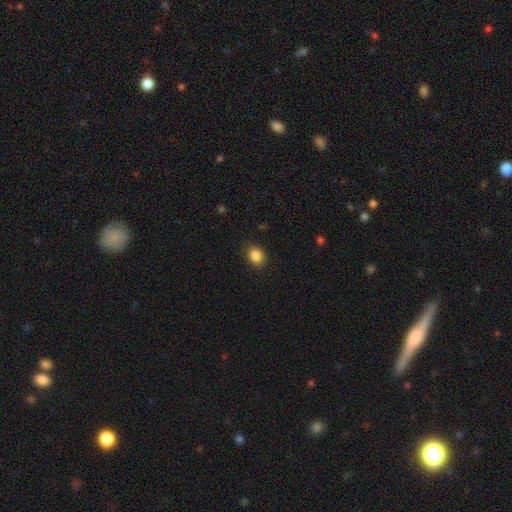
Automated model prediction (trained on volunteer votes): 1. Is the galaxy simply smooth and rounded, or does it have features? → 86% smooth, 10% star or artifact, 4% featured or disk.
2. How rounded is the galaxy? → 55% in between, 44% round, 1% cigar-shaped.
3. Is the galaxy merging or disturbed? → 86% none, 11% minor disturbance, 3% major disturbance, 1% merger.